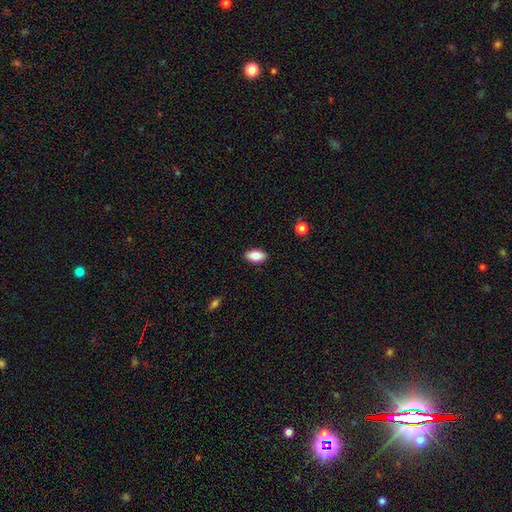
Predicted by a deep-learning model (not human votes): A smooth galaxy with no disk features (85%) that is in between round and cigar-shaped (93%).

Vote fractions:
- Smooth or featured? smooth: 85% / featured or disk: 8% / star or artifact: 7%
- How rounded? in between: 93% / round: 4% / cigar-shaped: 3%
- Merging? none: 89% / minor disturbance: 8% / major disturbance: 2% / merger: 1%